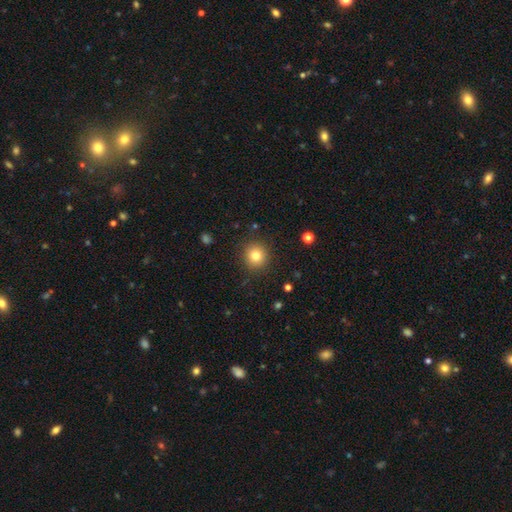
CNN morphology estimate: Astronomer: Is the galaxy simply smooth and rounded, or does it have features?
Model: smooth — 80%.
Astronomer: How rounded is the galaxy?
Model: round — 91%.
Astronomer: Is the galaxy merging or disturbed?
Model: none — 90%.